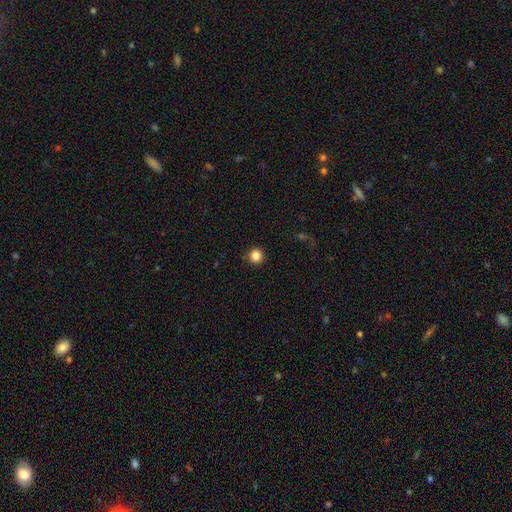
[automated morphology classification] This appears to be a smooth galaxy with no disk features (85%) that is round (95%). Merging: none (92%).